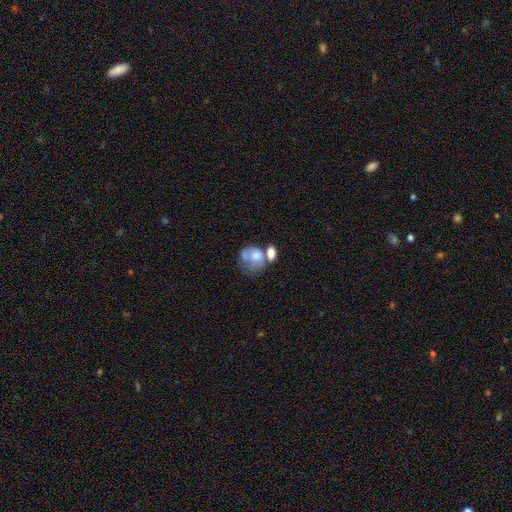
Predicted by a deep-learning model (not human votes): Morphology: type=smooth (64%); roundness=round (56%); merging=merger (42%).